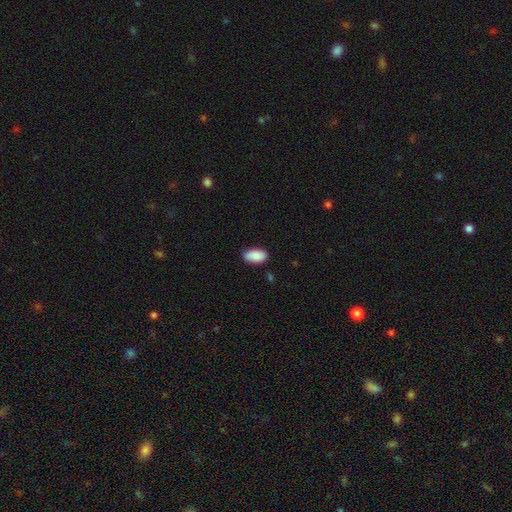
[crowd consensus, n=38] This is clearly a smooth galaxy (87%). How rounded: clearly in between (94%). Merging: clearly none (86%).